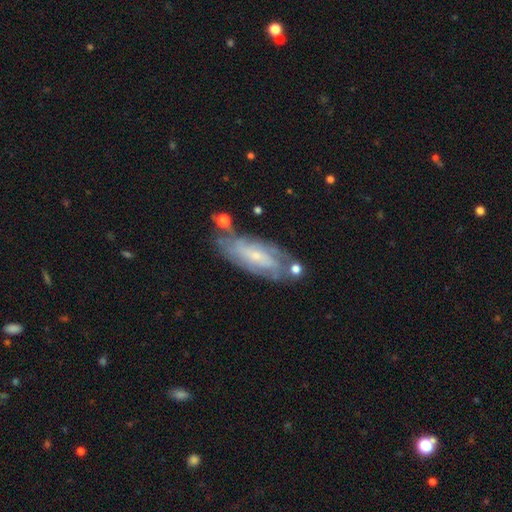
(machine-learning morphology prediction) A featured or disk galaxy (69%) with no bar (62%), spiral arms (82%) and a small central bulge (76%).

Vote fractions:
- Smooth or featured? featured or disk: 69% / smooth: 24% / star or artifact: 7%
- Edge-on disk? no: 83% / yes: 17%
- Bar? no: 62% / weak: 30% / strong: 9%
- Spiral arms? yes: 82% / no: 18%
- Bulge size? small: 76% / moderate: 17% / none: 4% / large: 1% / dominant: 1%
- Merging? none: 66% / minor disturbance: 20% / major disturbance: 7% / merger: 7%